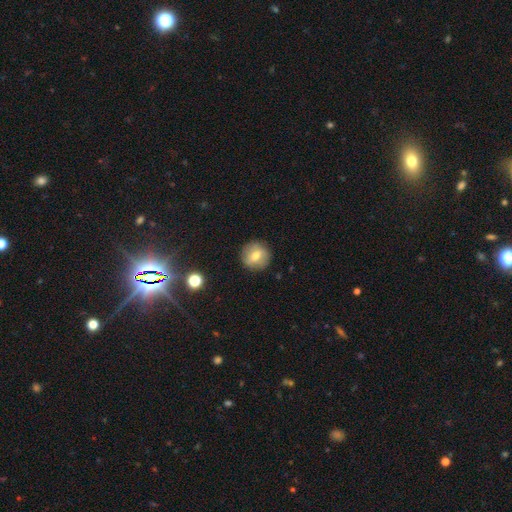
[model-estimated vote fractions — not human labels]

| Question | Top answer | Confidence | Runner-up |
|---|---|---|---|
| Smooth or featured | smooth | 65% | featured or disk (25%) |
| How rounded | round | 92% | in between (7%) |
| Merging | none | 88% | minor disturbance (8%) |